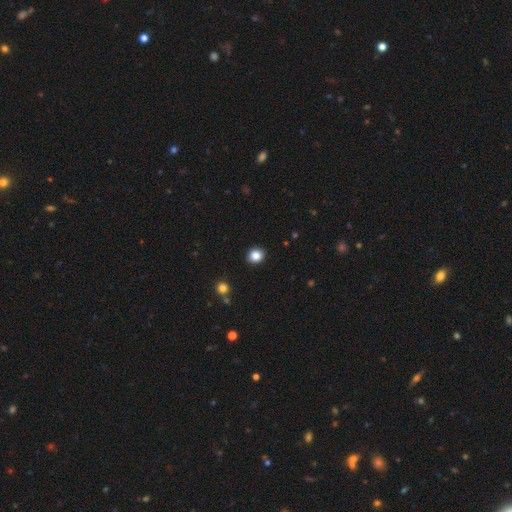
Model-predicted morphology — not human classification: Smooth or featured? smooth (85%)
How rounded? round (85%)
Merging? none (92%)